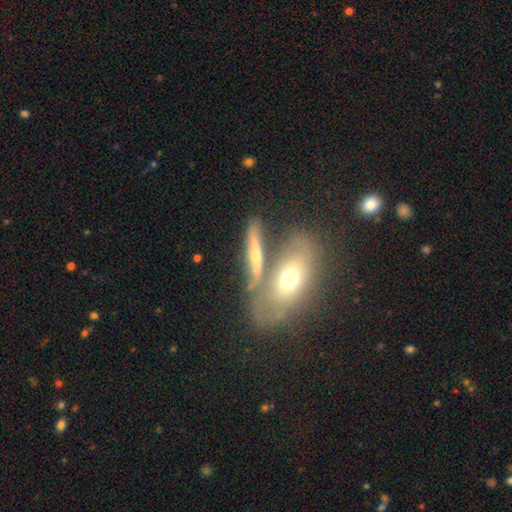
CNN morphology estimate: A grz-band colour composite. It shows a featured or disk galaxy (50%). Merging: none (45%).